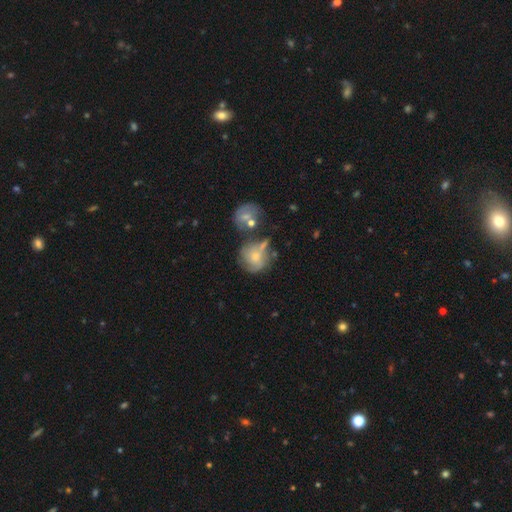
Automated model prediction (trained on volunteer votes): Overall: smooth (53%; featured or disk 36%). How rounded: round (82%). Merging: none (43%; minor disturbance 23%).